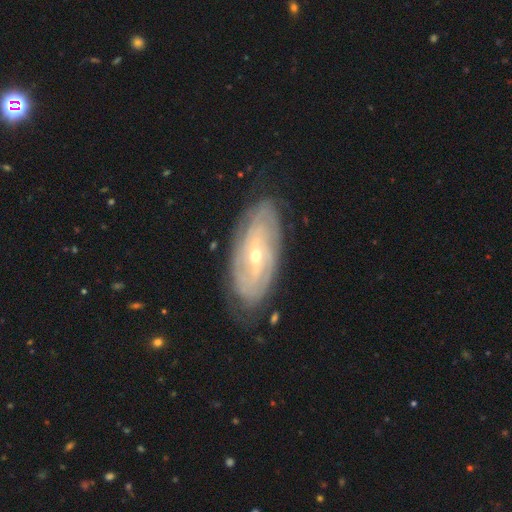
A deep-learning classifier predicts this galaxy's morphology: Smooth or featured? Predicted: featured or disk (p=0.82). Edge-on disk? Predicted: no (p=0.90). Bar? Predicted: no (p=0.47). Spiral arms? Predicted: yes (p=0.89). Spiral winding? Predicted: tight (p=0.73). Spiral arm count? Predicted: can't tell (p=0.49). Bulge size? Predicted: small (p=0.59). Merging? Predicted: none (p=0.80).